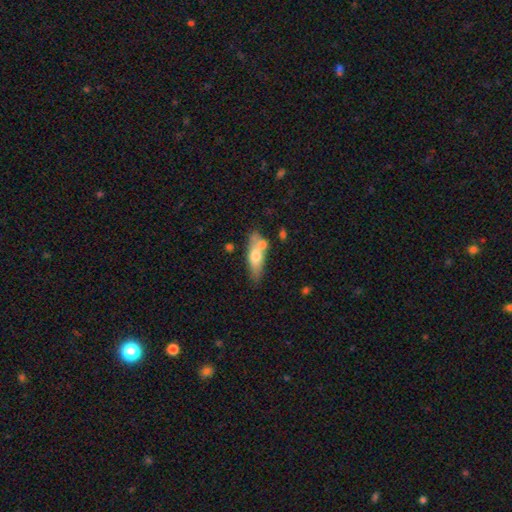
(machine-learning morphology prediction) This is likely a smooth galaxy (60%). How rounded: possibly in between (52%). Merging: possibly none (46%).